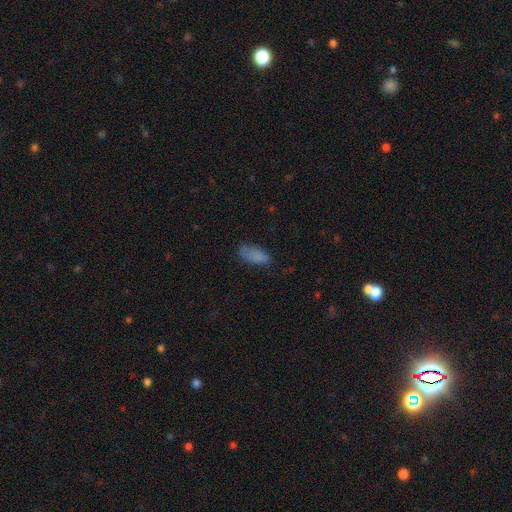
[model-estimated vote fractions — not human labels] smooth 78%, star or artifact 11%, featured or disk 11%. Down the decision tree: how rounded — in between (85%); merging — none (59%).